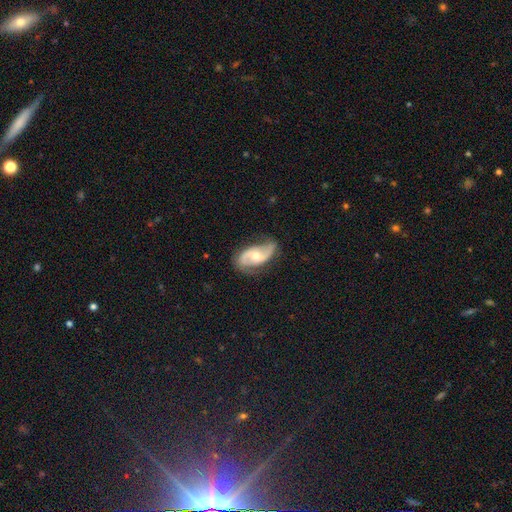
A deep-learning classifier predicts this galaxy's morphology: type=featured or disk (78%); edge-on=no (95%); bar=no (54%); spiral arms=yes (91%); winding=loose (43%); arm count=2 (88%); bulge=moderate (70%); merging=none (68%).